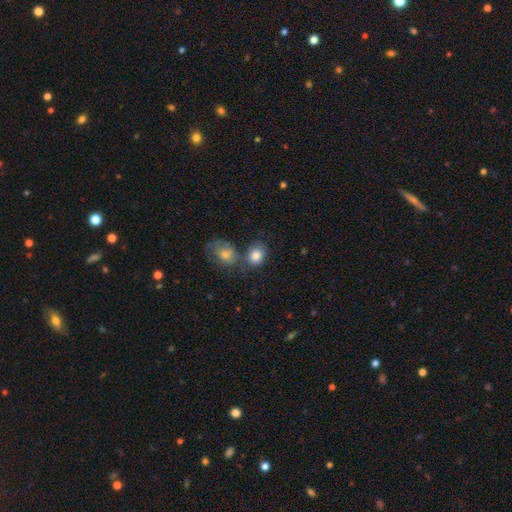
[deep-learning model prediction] smooth 83%, featured or disk 9%, star or artifact 8%. Down the decision tree: how rounded — in between (57%); merging — none (51%).